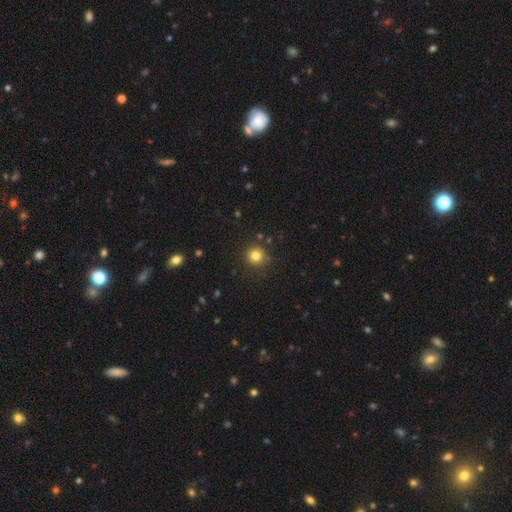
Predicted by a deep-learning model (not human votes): The model was most divided on "smooth or featured": smooth: 81%, star or artifact: 13%, featured or disk: 6%. More confident: how rounded — round (94%); merging — none (87%).